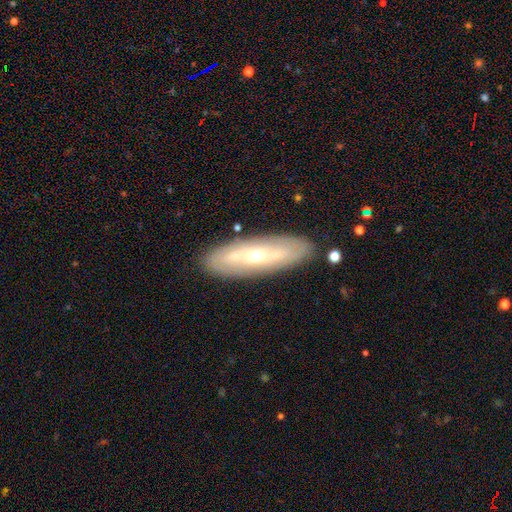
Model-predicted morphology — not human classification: Q: Smooth or featured?
A: featured or disk (64%); runner-up: smooth (30%)
Q: Edge-on disk?
A: no (68%); runner-up: yes (32%)
Q: Merging?
A: none (86%); runner-up: minor disturbance (9%)